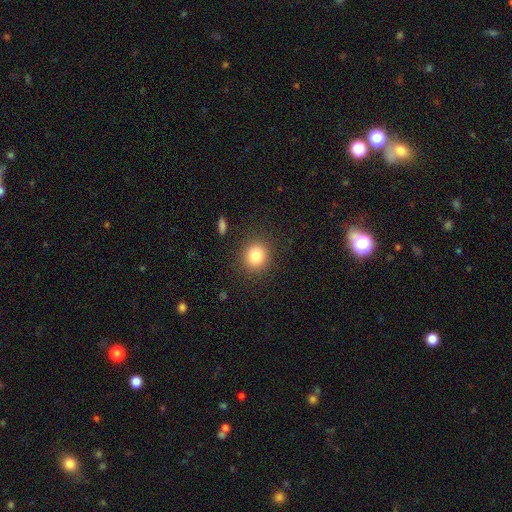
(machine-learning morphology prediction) smooth 82%, star or artifact 11%, featured or disk 7%. Down the decision tree: how rounded — round (81%); merging — none (88%).